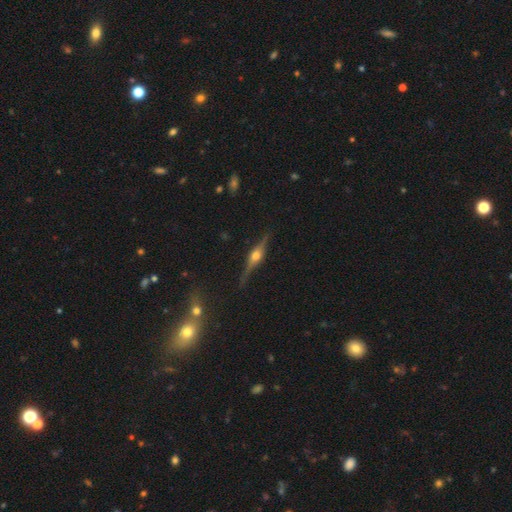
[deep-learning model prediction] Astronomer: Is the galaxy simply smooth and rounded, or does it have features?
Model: featured or disk — 82%.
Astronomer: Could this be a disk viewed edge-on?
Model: yes — 97%.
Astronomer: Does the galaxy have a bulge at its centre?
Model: rounded — 94%.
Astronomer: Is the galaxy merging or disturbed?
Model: none — 87%.